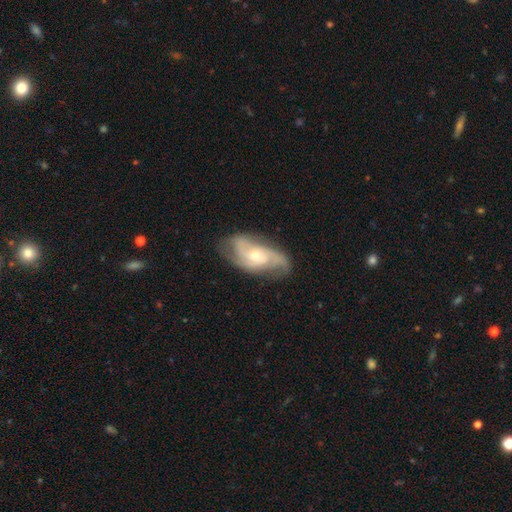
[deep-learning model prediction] A featured or disk galaxy (80%) with no bar (66%), 2 (41%) medium (48%) spiral arms (94%) and a small central bulge (52%).

Vote fractions:
- Smooth or featured? featured or disk: 80% / smooth: 15% / star or artifact: 5%
- Edge-on disk? no: 95% / yes: 5%
- Bar? no: 66% / weak: 28% / strong: 6%
- Spiral arms? yes: 94% / no: 6%
- Spiral winding? medium: 48% / tight: 27% / loose: 26%
- Spiral arm count? 2: 41% / 3: 32% / can't tell: 15% / 4: 5% / 1: 4% / more than 4: 3%
- Bulge size? small: 52% / moderate: 43% / large: 3% / none: 2% / dominant: 1%
- Merging? none: 64% / minor disturbance: 23% / major disturbance: 11% / merger: 2%